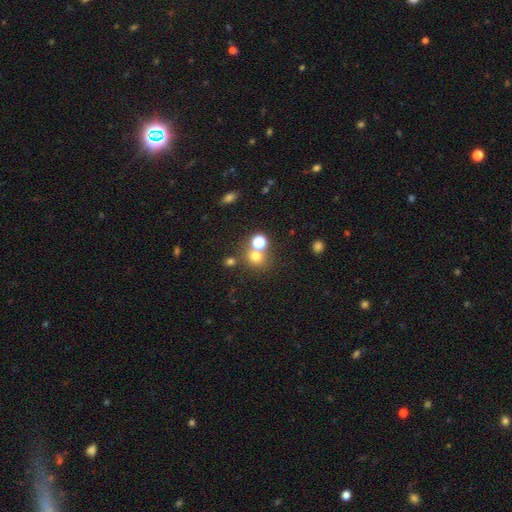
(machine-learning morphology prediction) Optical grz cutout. It shows a smooth galaxy with no disk features (68%) that is round (81%). Merging: none (59%).